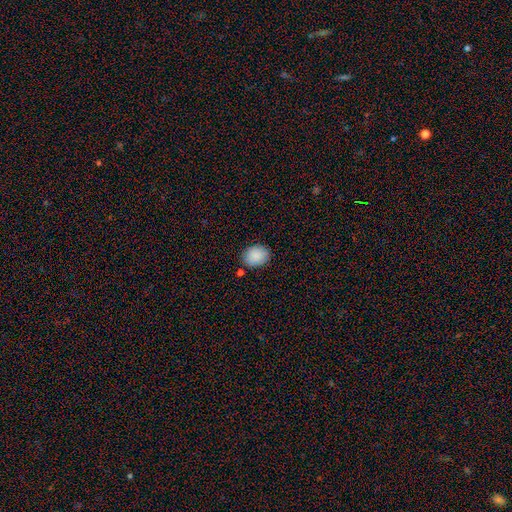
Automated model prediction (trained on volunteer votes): smooth_or_featured: smooth (p=0.89) [alt: star or artifact p=0.07]
how_rounded: round (p=0.52) [alt: in between p=0.47]
merging: none (p=0.81) [alt: minor disturbance p=0.13]